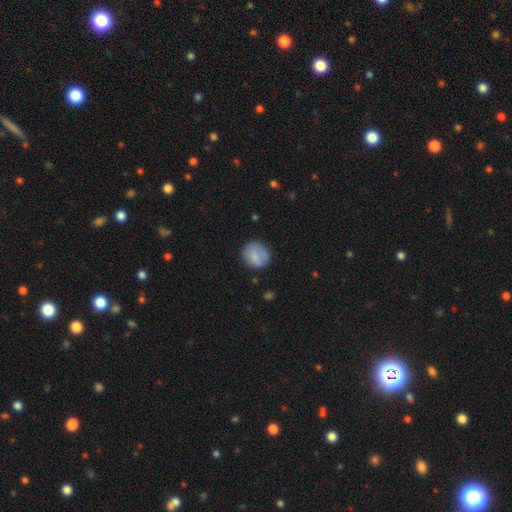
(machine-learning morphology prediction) Overall: smooth (76%). How rounded: round (83%). Merging: none (74%).